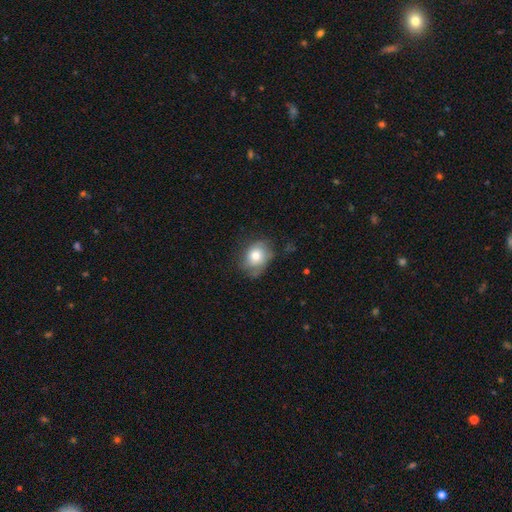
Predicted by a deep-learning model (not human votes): smooth 73%, featured or disk 19%, star or artifact 8%. Down the decision tree: how rounded — in between (50%); merging — none (55%).